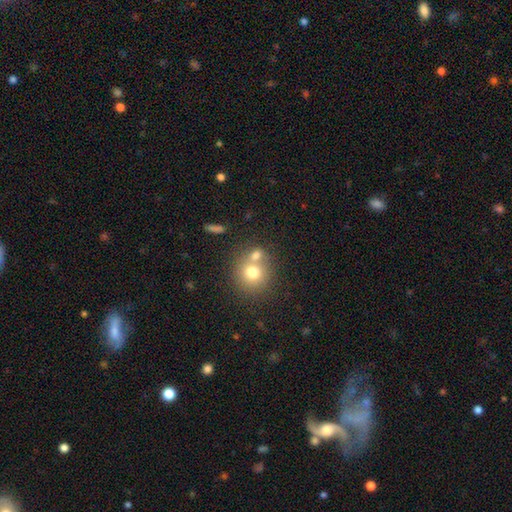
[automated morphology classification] Smooth or featured? smooth (73%)
How rounded? round (82%)
Merging? none (45%)